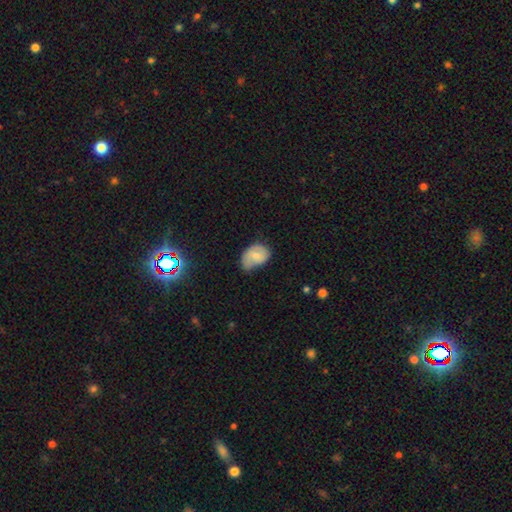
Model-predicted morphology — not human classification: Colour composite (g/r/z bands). It shows a smooth galaxy with no disk features (63%) that is in between round and cigar-shaped (75%). Merging: minor disturbance (47%).